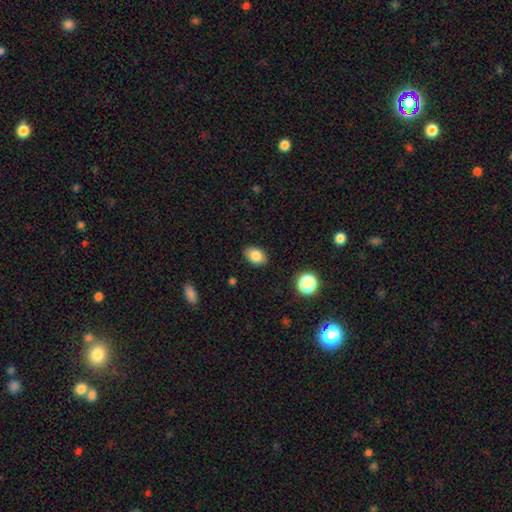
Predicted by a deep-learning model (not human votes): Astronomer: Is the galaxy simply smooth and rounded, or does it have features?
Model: smooth — 84%.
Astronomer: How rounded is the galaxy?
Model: in between — 83%.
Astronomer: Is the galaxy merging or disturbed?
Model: none — 86%.